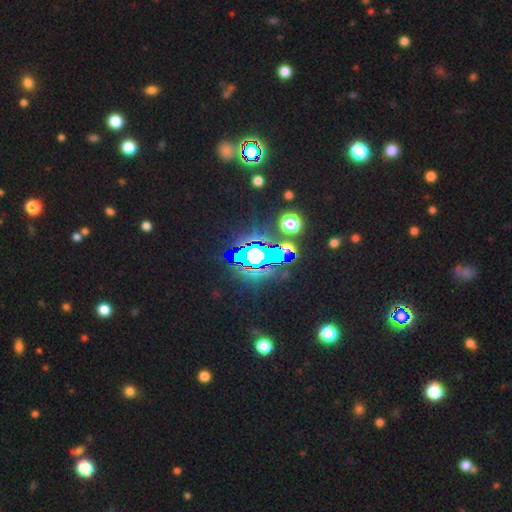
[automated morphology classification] smooth_or_featured: star or artifact (p=0.72) [alt: smooth p=0.15]